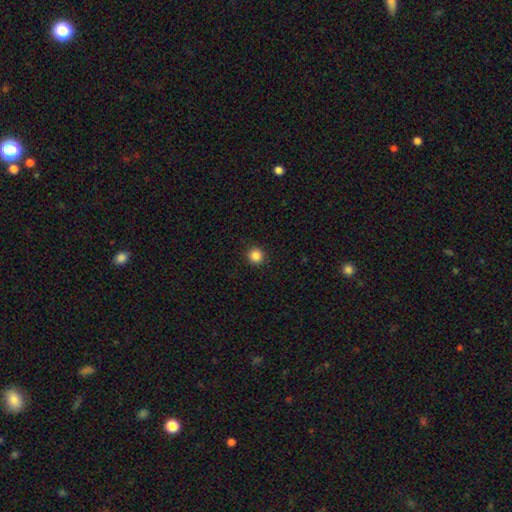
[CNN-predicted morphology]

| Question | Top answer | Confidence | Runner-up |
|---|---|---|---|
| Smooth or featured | smooth | 86% | star or artifact (11%) |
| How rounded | round | 95% | in between (4%) |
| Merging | none | 93% | minor disturbance (5%) |